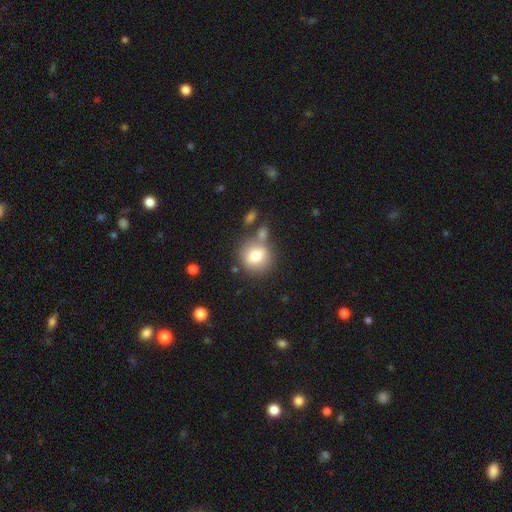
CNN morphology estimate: Overall: smooth (75%). How rounded: round (87%). Merging: none (65%).